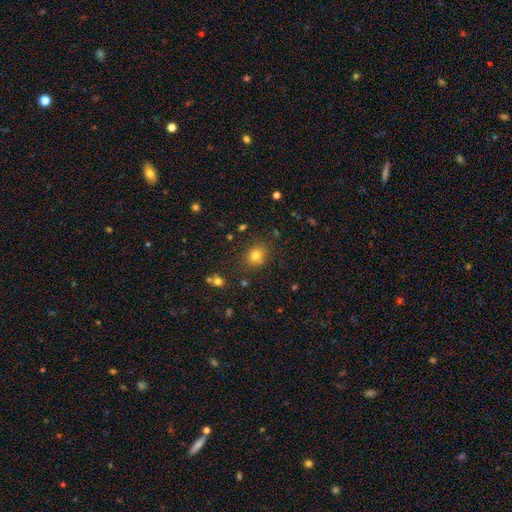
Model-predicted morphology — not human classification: type=smooth (79%); roundness=round (61%); merging=none (82%).